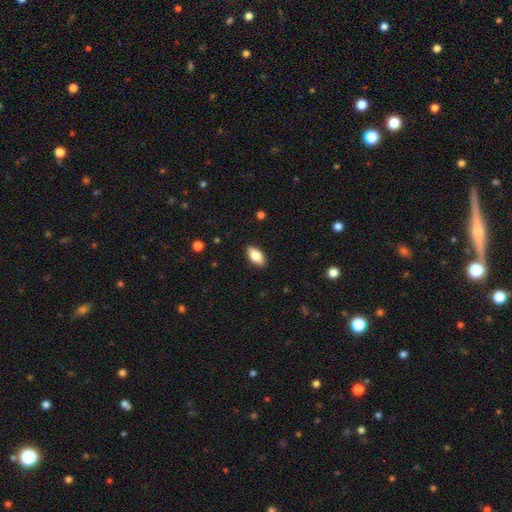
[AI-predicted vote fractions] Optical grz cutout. It shows a smooth galaxy with no disk features (82%) that is in between round and cigar-shaped (92%). Merging: none (89%).